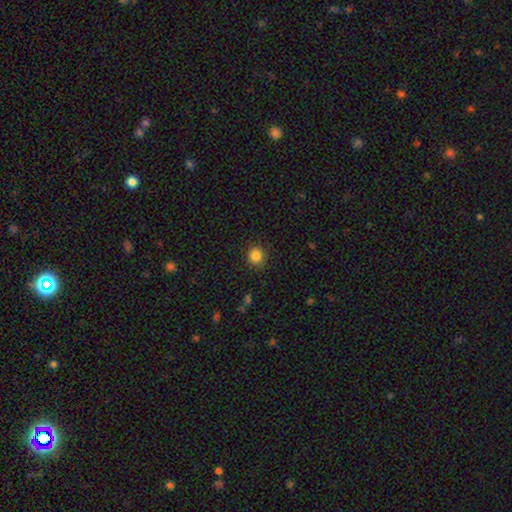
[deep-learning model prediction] Smooth or featured? smooth (85%)
How rounded? round (87%)
Merging? none (89%)